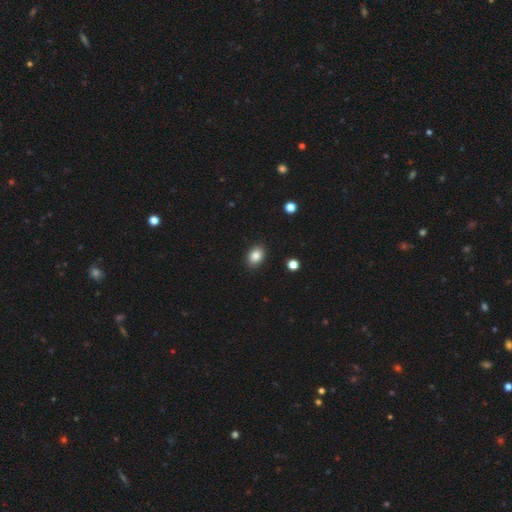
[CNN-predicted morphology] This is clearly a smooth galaxy (85%). How rounded: likely in between (74%). Merging: clearly none (89%).